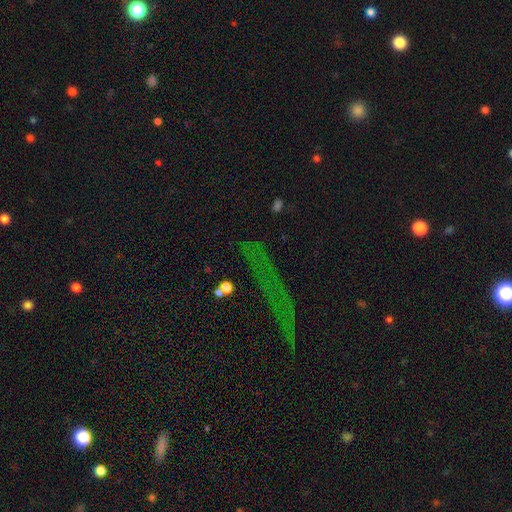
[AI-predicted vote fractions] A star or artifact, not a galaxy (72%).